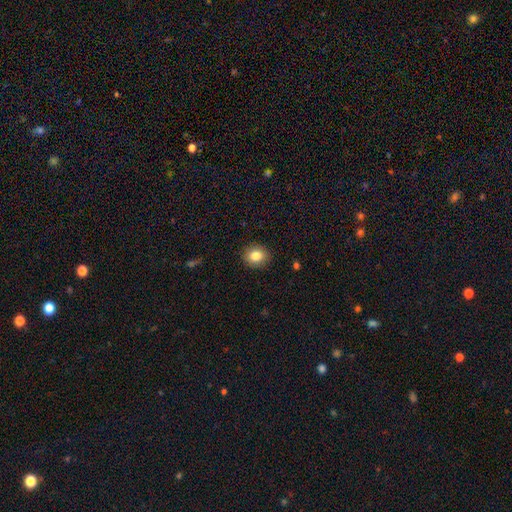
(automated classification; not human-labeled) A smooth galaxy with no disk features (83%) that is round (72%). Merging: none (90%).